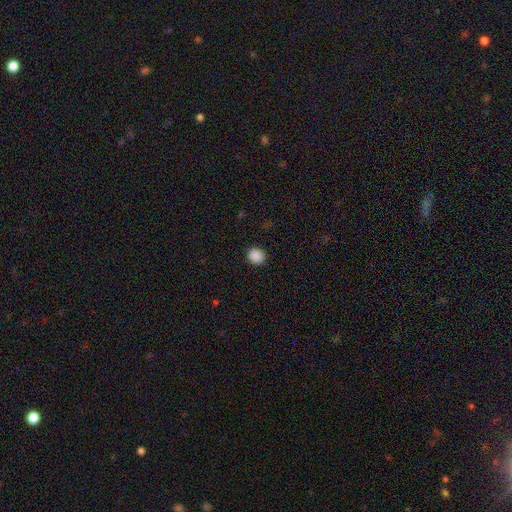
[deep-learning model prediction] Morphology: type=smooth (88%); roundness=round (79%); merging=none (90%).